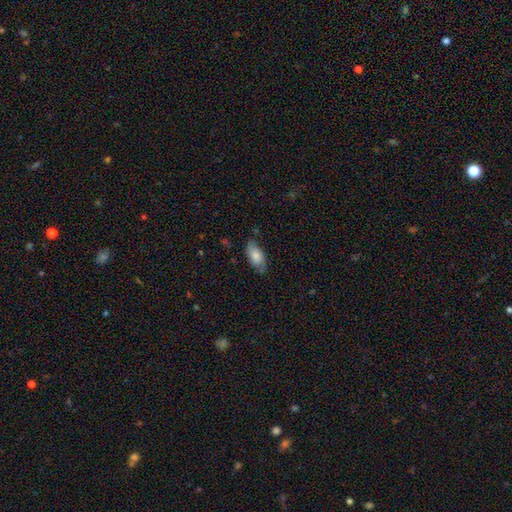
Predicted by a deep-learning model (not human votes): Q: Smooth or featured?
A: smooth (74%); runner-up: featured or disk (19%)
Q: How rounded?
A: in between (91%); runner-up: cigar-shaped (6%)
Q: Merging?
A: none (70%); runner-up: minor disturbance (23%)